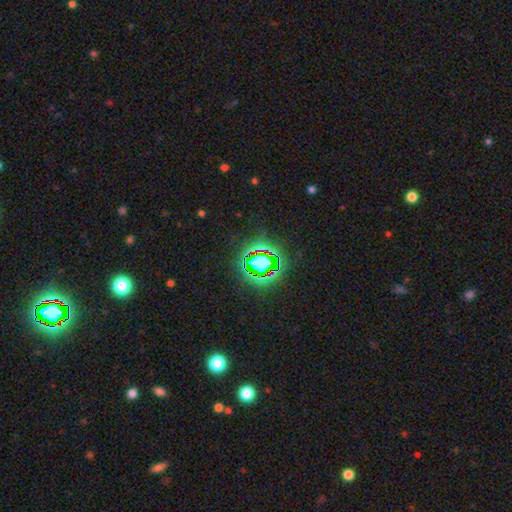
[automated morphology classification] star or artifact 70%, smooth 19%, featured or disk 11%.